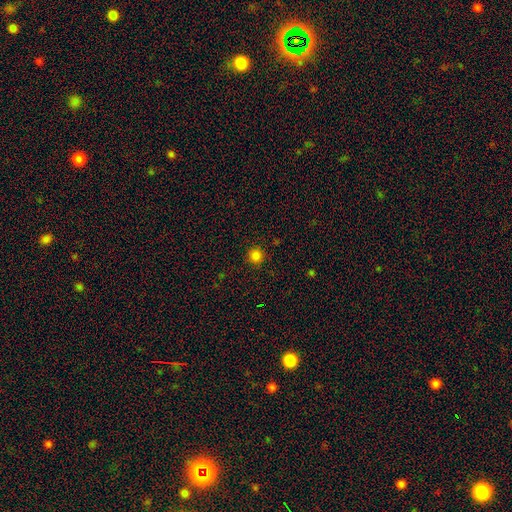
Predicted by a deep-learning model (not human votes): This appears to be a smooth galaxy with no disk features (83%) that is round (95%). Merging: none (91%).